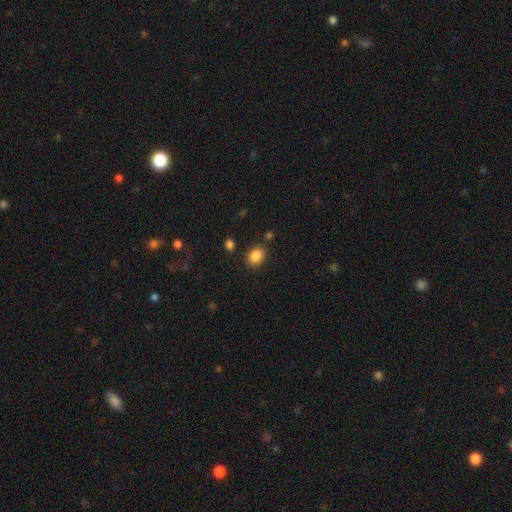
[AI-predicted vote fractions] The model was most divided on "how rounded": in between: 53%, round: 46%, cigar-shaped: 1%. More confident: smooth or featured — smooth (86%); merging — none (81%).